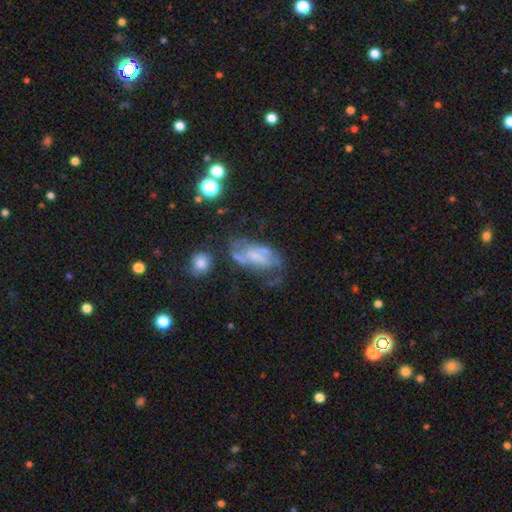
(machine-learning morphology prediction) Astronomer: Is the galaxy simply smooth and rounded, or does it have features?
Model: featured or disk — 61%.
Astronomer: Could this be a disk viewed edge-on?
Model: no — 92%.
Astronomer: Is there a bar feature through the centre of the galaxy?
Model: no — 51% (runner-up: weak, 34%).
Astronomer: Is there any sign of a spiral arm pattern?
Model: yes — 61% (runner-up: no, 39%).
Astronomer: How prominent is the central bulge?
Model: none — 40% (runner-up: small, 31%).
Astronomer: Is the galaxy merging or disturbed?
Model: none — 37% (runner-up: major disturbance, 30%).